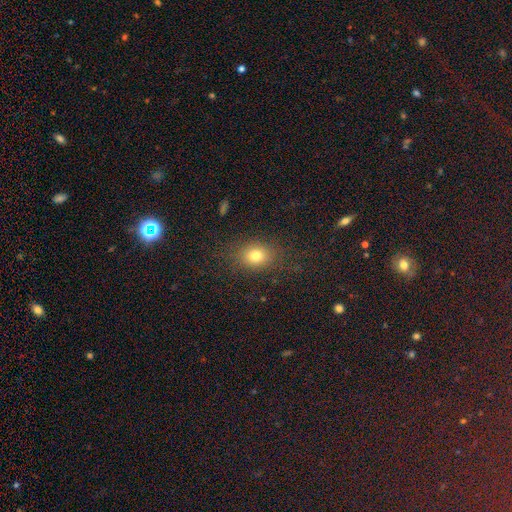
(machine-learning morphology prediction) A smooth galaxy with no disk features (77%) that is in between round and cigar-shaped (52%).

Vote fractions:
- Smooth or featured? smooth: 77% / star or artifact: 14% / featured or disk: 9%
- How rounded? in between: 52% / round: 47% / cigar-shaped: 2%
- Merging? none: 83% / minor disturbance: 10% / major disturbance: 5% / merger: 1%